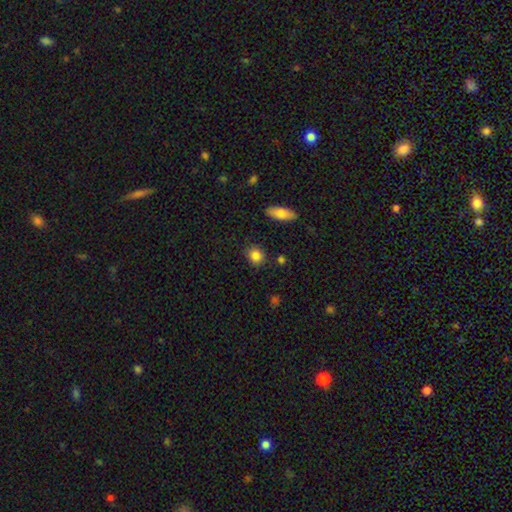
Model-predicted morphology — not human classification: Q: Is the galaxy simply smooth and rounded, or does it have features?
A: smooth — 85%.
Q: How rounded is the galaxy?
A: round — 70%.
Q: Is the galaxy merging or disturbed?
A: none — 86%.